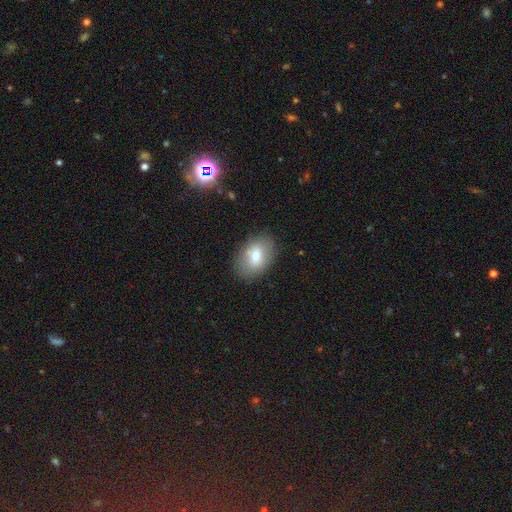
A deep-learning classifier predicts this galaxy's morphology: A smooth galaxy with no disk features (73%) that is in between round and cigar-shaped (84%). Merging: none (83%).